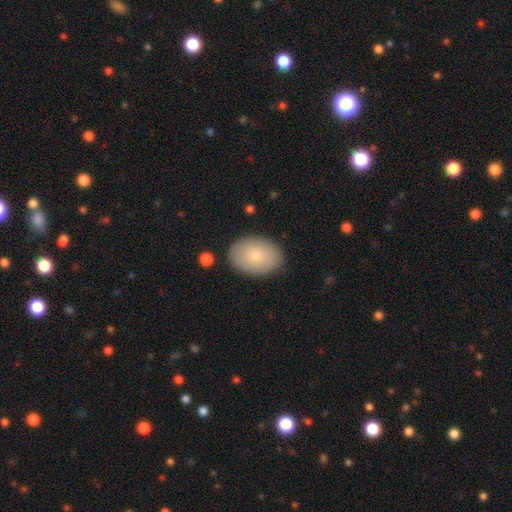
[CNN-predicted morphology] A smooth galaxy with no disk features (74%) that is in between round and cigar-shaped (82%).

Vote fractions:
- Smooth or featured? smooth: 74% / featured or disk: 20% / star or artifact: 6%
- How rounded? in between: 82% / round: 17% / cigar-shaped: 1%
- Merging? none: 85% / minor disturbance: 11% / major disturbance: 3% / merger: 1%